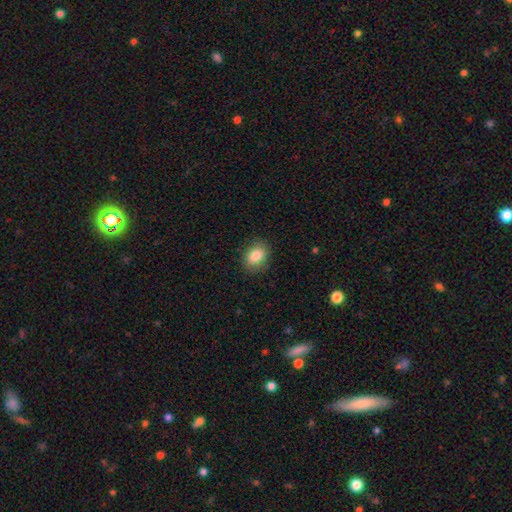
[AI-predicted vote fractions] Overall: smooth (84%). How rounded: in between (70%). Merging: none (86%).